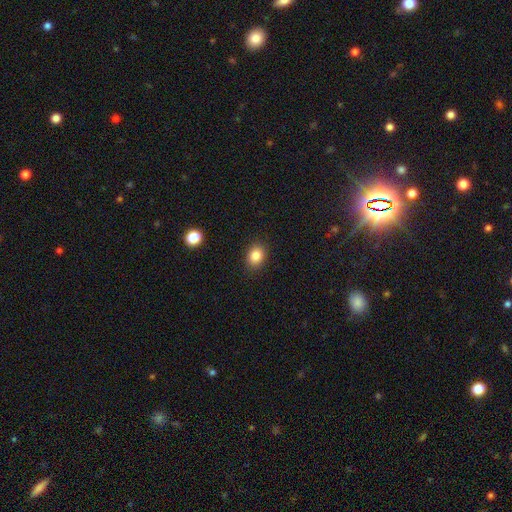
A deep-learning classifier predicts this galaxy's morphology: Smooth or featured? smooth (85%)
How rounded? in between (54%)
Merging? none (89%)